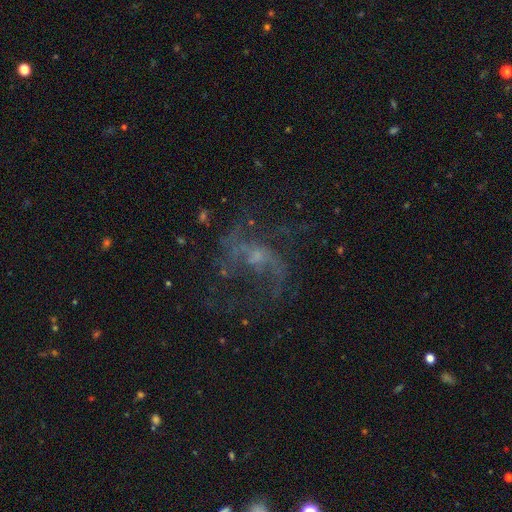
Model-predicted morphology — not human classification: The model was most divided on "merging": none: 52%, major disturbance: 30%, minor disturbance: 15%, merger: 3%. More confident: edge-on disk — no (97%); spiral arms — yes (77%); smooth or featured — featured or disk (74%); spiral winding — loose (60%); bar — no (59%); bulge size — small (56%); spiral arm count — 2 (54%).